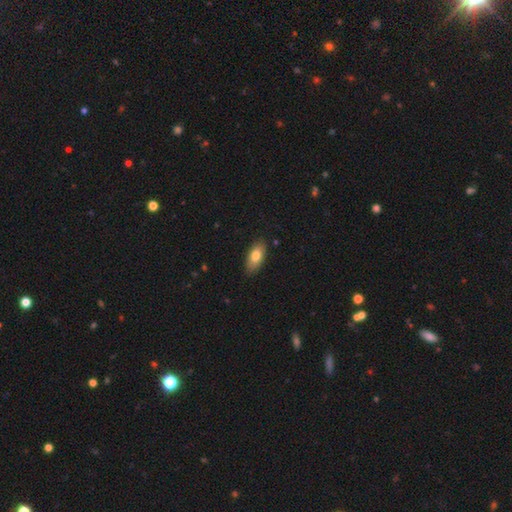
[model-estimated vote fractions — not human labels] Q: Smooth or featured?
A: smooth (79%); runner-up: featured or disk (15%)
Q: How rounded?
A: in between (87%); runner-up: cigar-shaped (10%)
Q: Merging?
A: none (84%); runner-up: minor disturbance (13%)